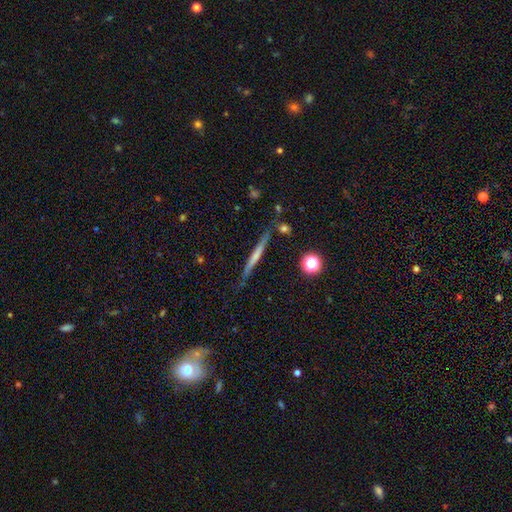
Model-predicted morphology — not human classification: Smooth or featured? Predicted: featured or disk (p=0.47). Merging? Predicted: none (p=0.81).